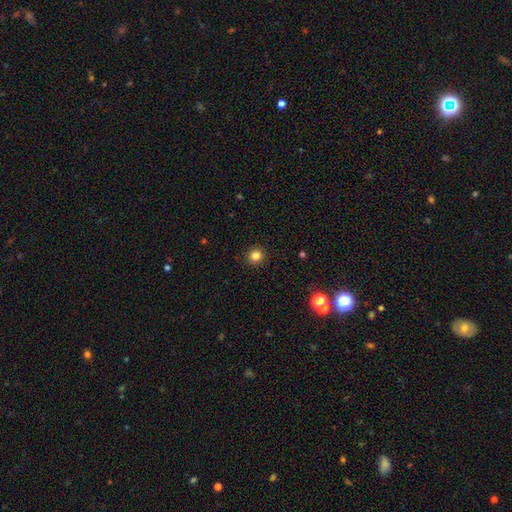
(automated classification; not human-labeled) smooth_or_featured: smooth (p=0.82) [alt: star or artifact p=0.13]
how_rounded: round (p=0.93) [alt: in between p=0.06]
merging: none (p=0.92) [alt: minor disturbance p=0.05]